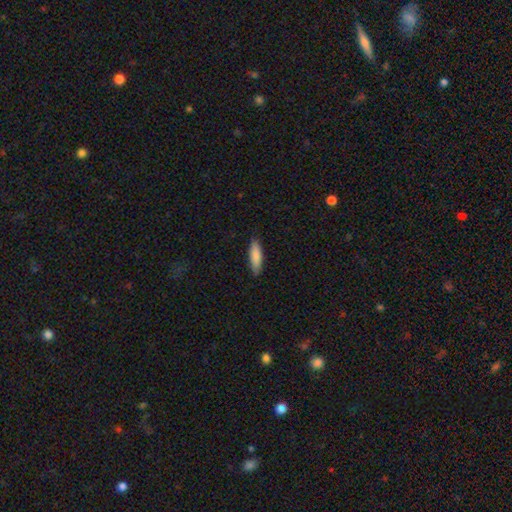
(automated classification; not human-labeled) This appears to be a smooth galaxy with no disk features (85%) that is cigar-shaped (59%). Merging: none (86%).